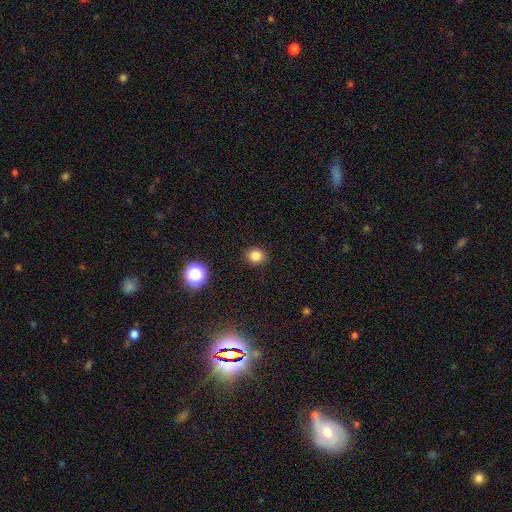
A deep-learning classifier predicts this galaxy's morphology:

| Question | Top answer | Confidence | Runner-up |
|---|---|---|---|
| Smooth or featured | smooth | 83% | star or artifact (13%) |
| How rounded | round | 82% | in between (17%) |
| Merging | none | 90% | minor disturbance (7%) |